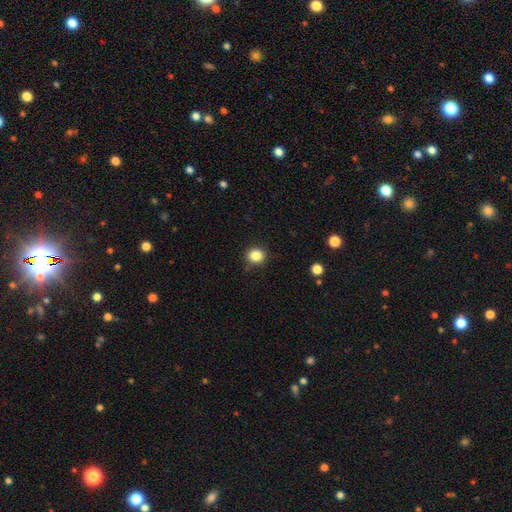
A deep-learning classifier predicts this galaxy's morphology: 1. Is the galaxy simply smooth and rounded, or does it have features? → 85% smooth, 11% star or artifact, 4% featured or disk.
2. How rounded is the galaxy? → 75% round, 24% in between, 1% cigar-shaped.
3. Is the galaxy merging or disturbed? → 85% none, 11% minor disturbance, 3% major disturbance, 2% merger.